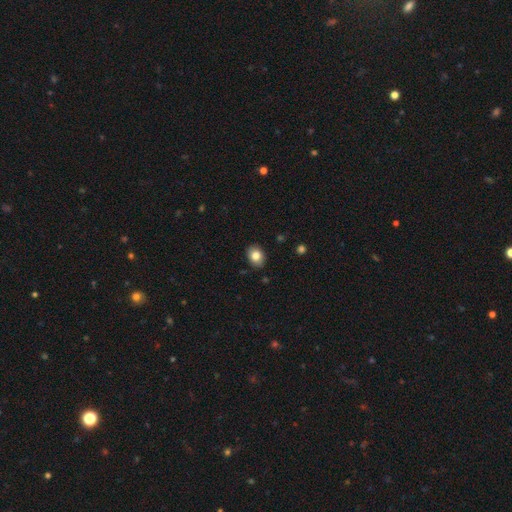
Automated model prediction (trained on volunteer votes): Smooth or featured? smooth (83%)
How rounded? in between (63%)
Merging? none (88%)